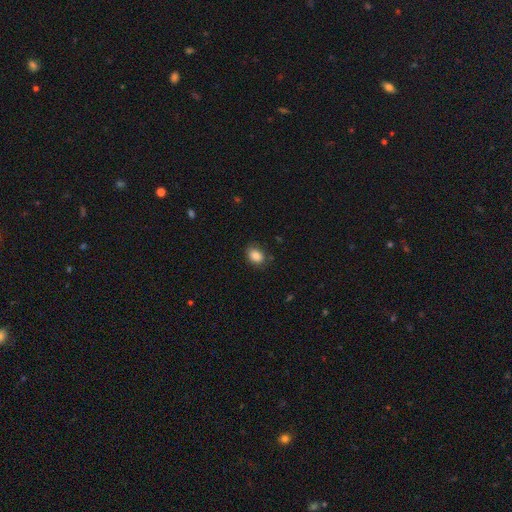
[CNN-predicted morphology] Smooth or featured? Predicted: smooth (p=0.87). How rounded? Predicted: in between (p=0.72). Merging? Predicted: none (p=0.77).